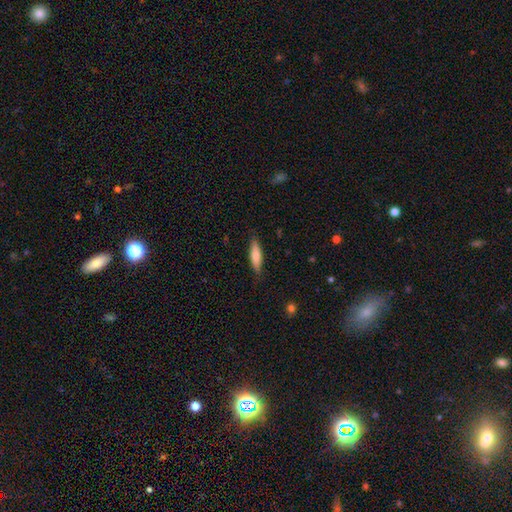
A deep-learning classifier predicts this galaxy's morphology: This appears to be a smooth galaxy with no disk features (72%) that is cigar-shaped (69%). Merging: none (85%).